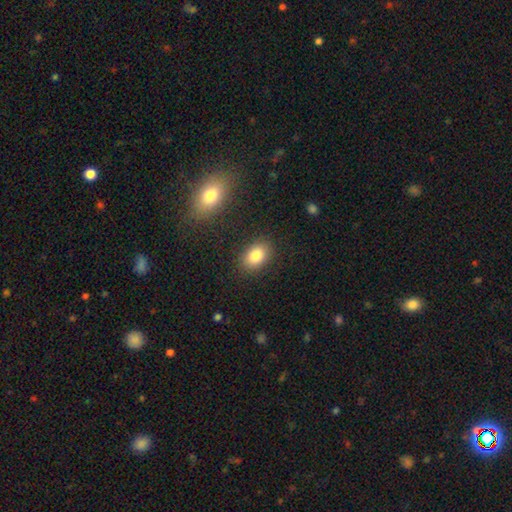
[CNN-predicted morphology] smooth 82%, star or artifact 9%, featured or disk 9%. Down the decision tree: how rounded — in between (82%); merging — none (86%).